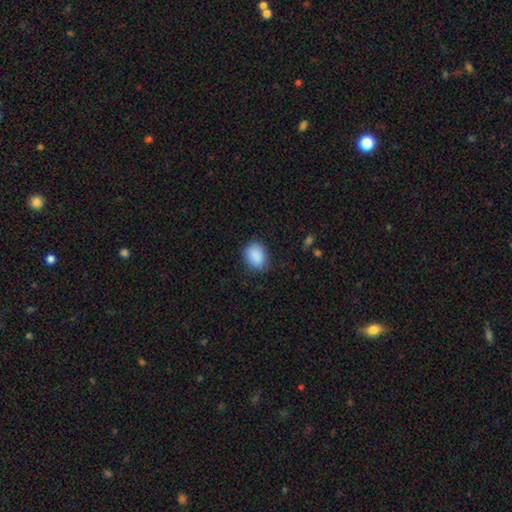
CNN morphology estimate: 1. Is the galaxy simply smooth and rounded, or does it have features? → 90% smooth, 7% star or artifact, 3% featured or disk.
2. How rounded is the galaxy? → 68% in between, 31% round, 1% cigar-shaped.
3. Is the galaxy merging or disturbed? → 80% none, 15% minor disturbance, 4% major disturbance, 1% merger.